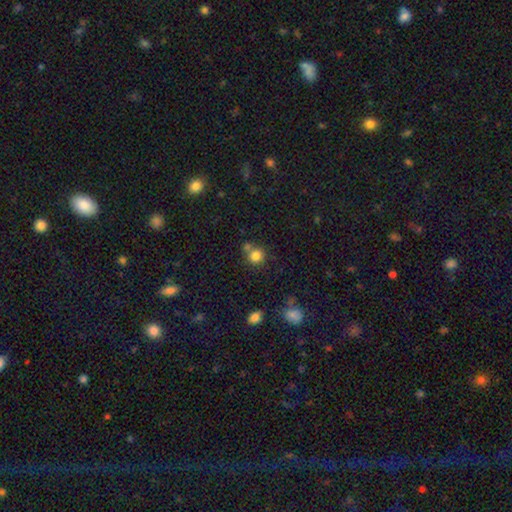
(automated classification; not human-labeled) Smooth or featured? smooth (81%)
How rounded? round (87%)
Merging? none (60%)